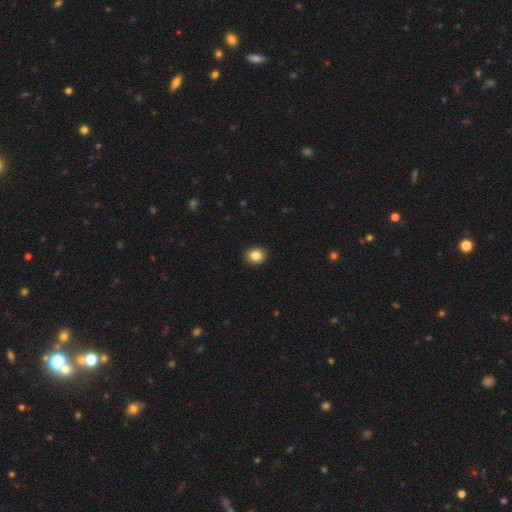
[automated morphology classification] Q: Smooth or featured?
A: smooth (85%); runner-up: star or artifact (9%)
Q: How rounded?
A: round (66%); runner-up: in between (33%)
Q: Merging?
A: none (92%); runner-up: minor disturbance (6%)